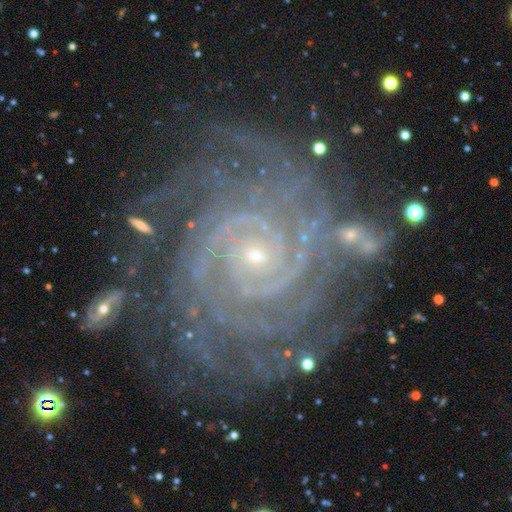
This appears to be a featured or disk galaxy (86%) with no bar (81%), 2 (42%) tight (90%) spiral arms (100%) and a small central bulge (81%). Merging: none (60%).